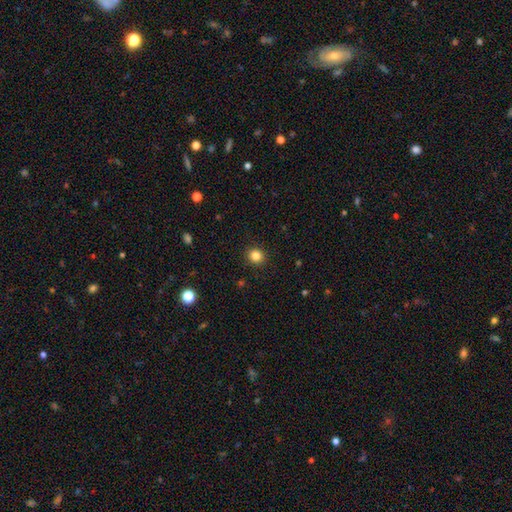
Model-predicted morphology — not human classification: Overall: smooth (84%). How rounded: round (86%). Merging: none (92%).